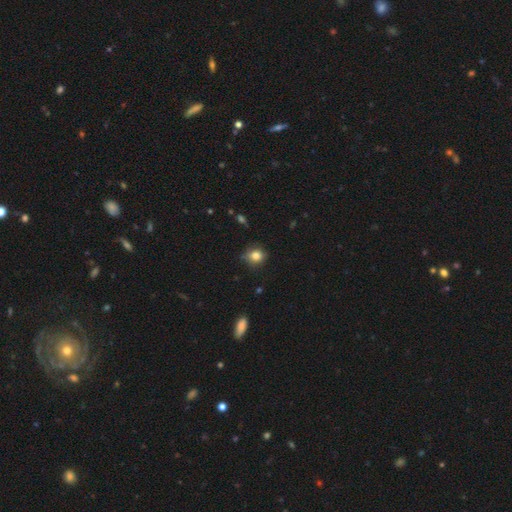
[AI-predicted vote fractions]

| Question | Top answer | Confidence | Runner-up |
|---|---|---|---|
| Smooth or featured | smooth | 80% | star or artifact (11%) |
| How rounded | round | 70% | in between (29%) |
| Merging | none | 66% | minor disturbance (27%) |